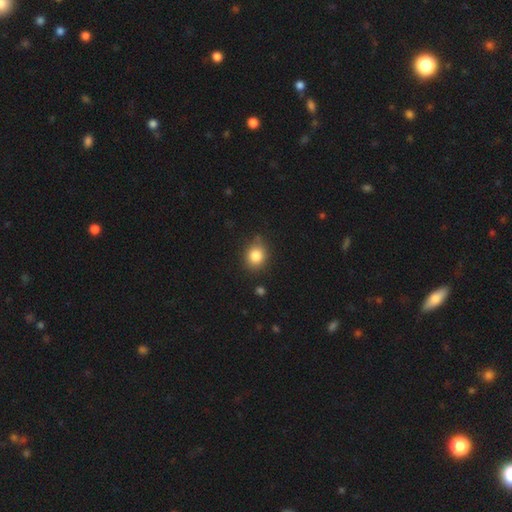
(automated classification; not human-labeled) Morphology: type=smooth (83%); roundness=round (63%); merging=none (79%).